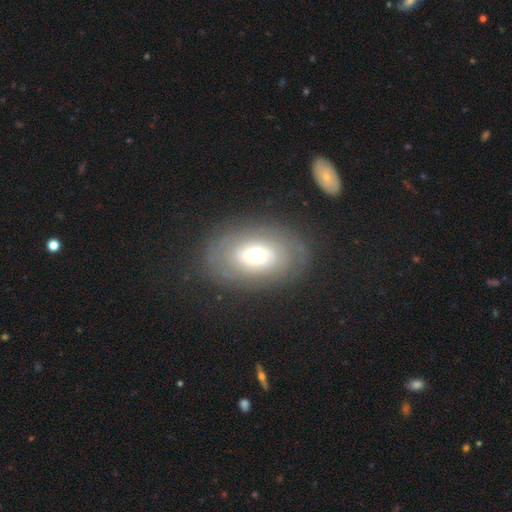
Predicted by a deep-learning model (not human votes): The model was most divided on "spiral arms": yes: 62%, no: 38%. More confident: edge-on disk — no (93%); merging — none (79%); bar — no (78%); bulge size — moderate (62%); smooth or featured — featured or disk (60%).